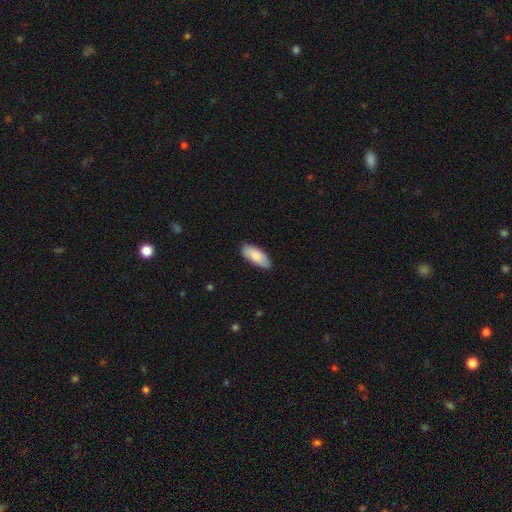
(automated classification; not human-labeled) Smooth or featured: smooth — 86% (featured or disk — 9%)
How rounded: in between — 83% (cigar-shaped — 15%)
Merging: none — 87% (minor disturbance — 11%)